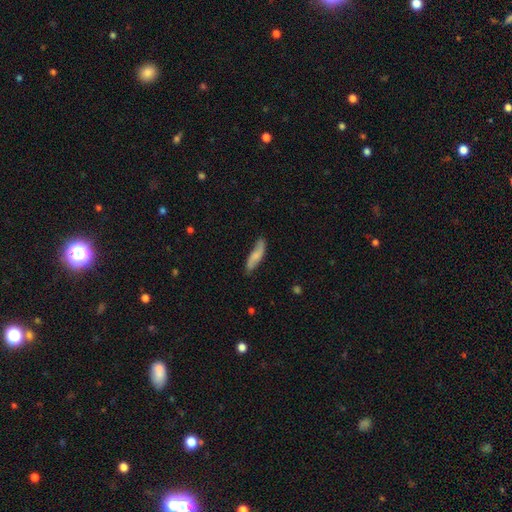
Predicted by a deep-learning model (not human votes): Morphology: type=smooth (57%); roundness=cigar-shaped (65%); merging=none (75%).